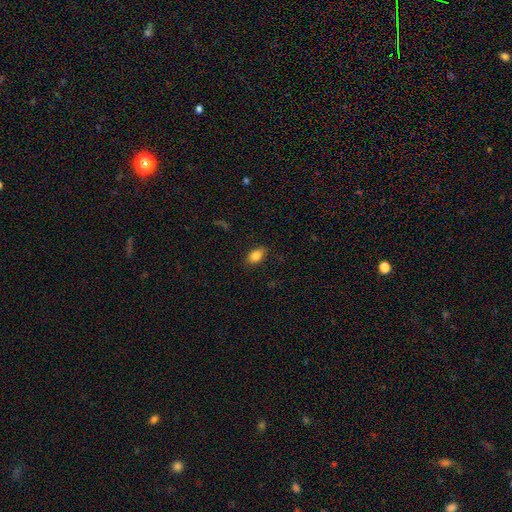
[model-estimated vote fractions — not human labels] Overall: smooth (85%). How rounded: in between (86%). Merging: none (81%).